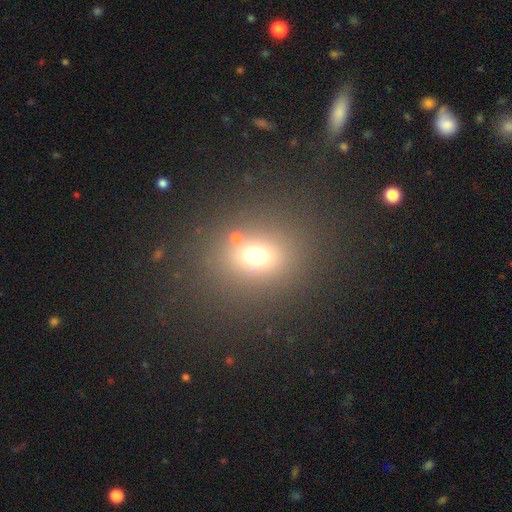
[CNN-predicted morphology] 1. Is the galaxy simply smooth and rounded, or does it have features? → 67% smooth, 23% star or artifact, 10% featured or disk.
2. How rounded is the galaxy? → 67% round, 32% in between, 1% cigar-shaped.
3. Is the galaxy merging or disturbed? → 78% none, 9% minor disturbance, 7% merger, 6% major disturbance.